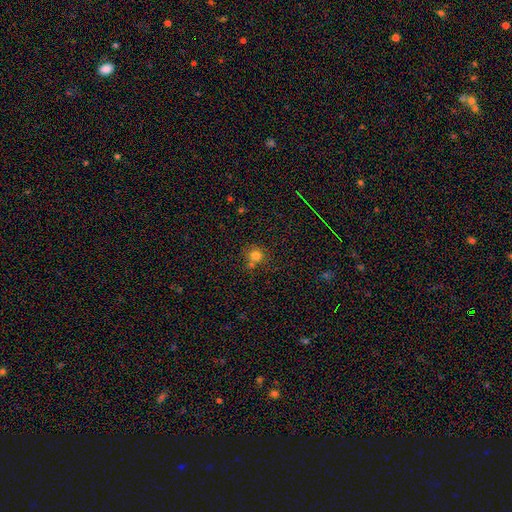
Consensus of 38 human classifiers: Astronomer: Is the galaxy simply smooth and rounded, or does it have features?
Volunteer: smooth — 92%.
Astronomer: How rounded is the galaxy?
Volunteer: round — 86%.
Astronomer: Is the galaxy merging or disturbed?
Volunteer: none — 49% (runner-up: merger, 43%).